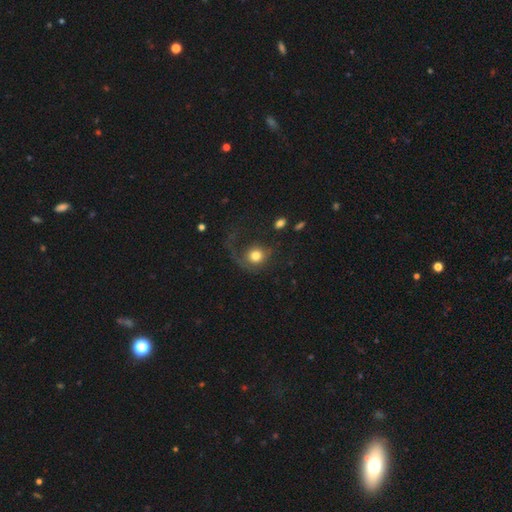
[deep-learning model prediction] Overall: smooth (64%; featured or disk 26%). How rounded: round (81%). Merging: major disturbance (49%; none 33%).